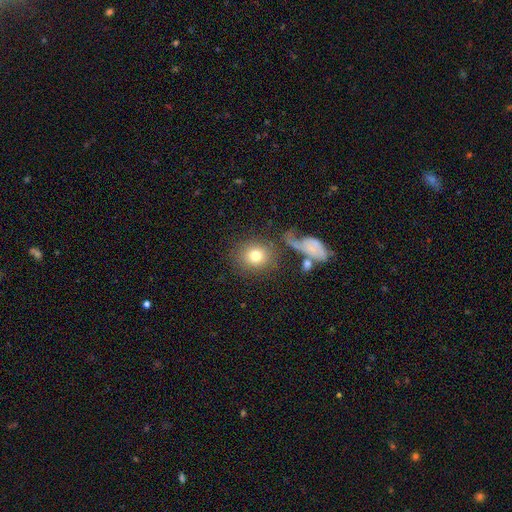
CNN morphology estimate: type=smooth (76%); roundness=round (78%); merging=none (68%).